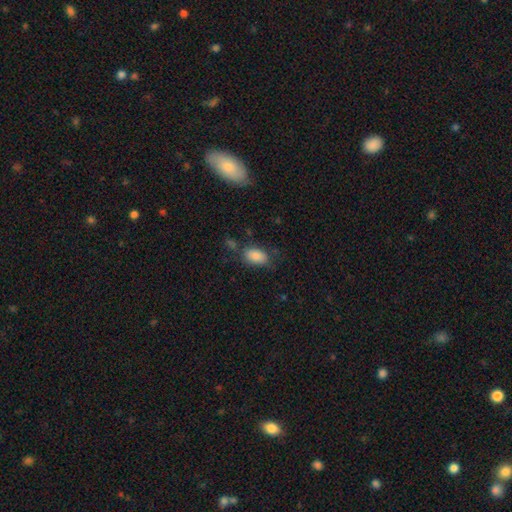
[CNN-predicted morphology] Smooth or featured?
  - smooth: 85% *
  - star or artifact: 9%
  - featured or disk: 6%
How rounded?
  - in between: 90% *
  - round: 8%
  - cigar-shaped: 2%
Merging?
  - none: 65% *
  - minor disturbance: 21%
  - major disturbance: 8%
  - merger: 7%